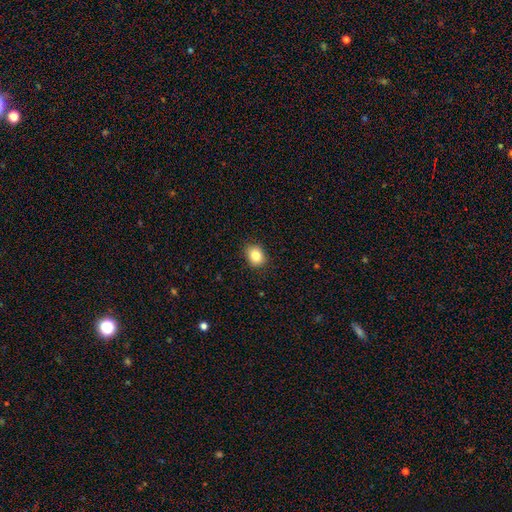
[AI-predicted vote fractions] smooth-or-featured: smooth: 84% | star or artifact: 10% | featured or disk: 6%
  how-rounded: round: 58% | in between: 41% | cigar-shaped: 1%
  merging: none: 87% | minor disturbance: 10% | major disturbance: 2% | merger: 1%